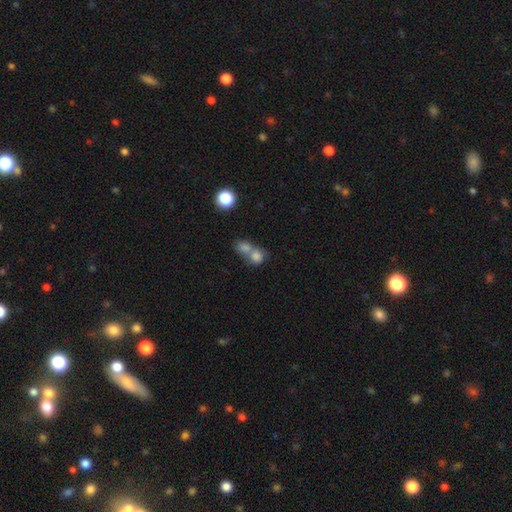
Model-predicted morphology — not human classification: Smooth or featured?
  - smooth: 78% *
  - featured or disk: 11%
  - star or artifact: 10%
How rounded?
  - round: 69% *
  - in between: 29%
  - cigar-shaped: 2%
Merging?
  - merger: 68% *
  - none: 23%
  - minor disturbance: 6%
  - major disturbance: 4%